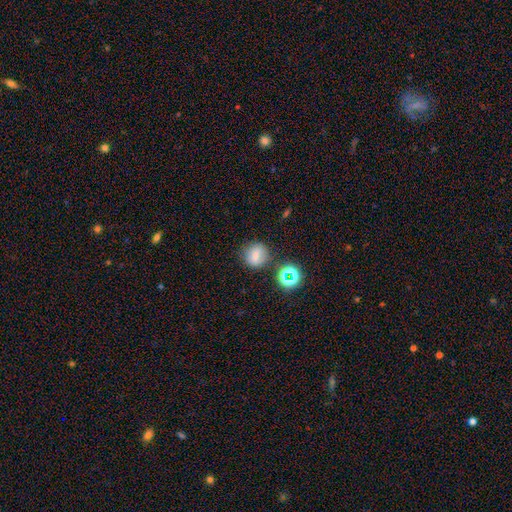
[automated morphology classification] This is likely a smooth galaxy (66%). How rounded: clearly round (84%). Merging: likely none (78%).